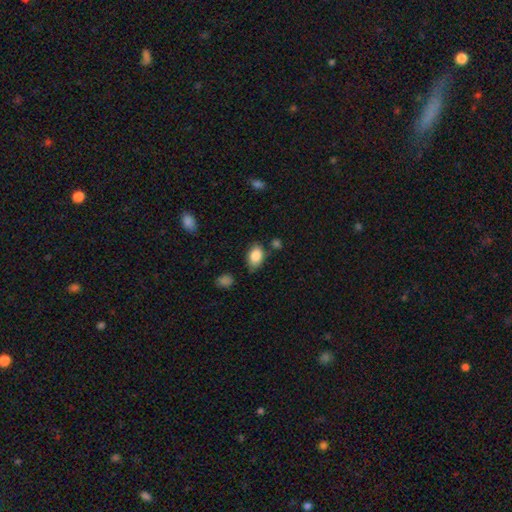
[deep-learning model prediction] This is clearly a smooth galaxy (86%). How rounded: clearly in between (87%). Merging: likely none (72%).